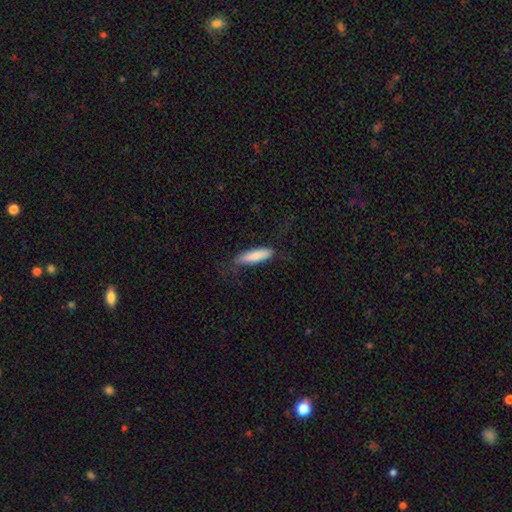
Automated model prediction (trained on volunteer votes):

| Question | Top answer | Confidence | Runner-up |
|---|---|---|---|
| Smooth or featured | smooth | 81% | featured or disk (13%) |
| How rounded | cigar-shaped | 66% | in between (33%) |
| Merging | none | 74% | minor disturbance (18%) |